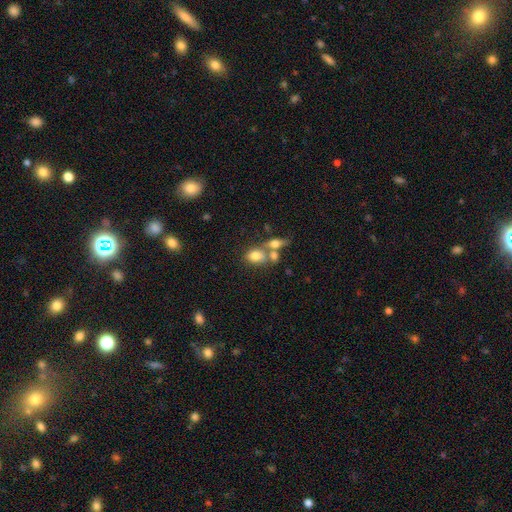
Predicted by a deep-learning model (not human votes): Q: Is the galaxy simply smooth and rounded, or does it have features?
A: smooth — 76%.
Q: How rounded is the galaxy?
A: in between — 70%.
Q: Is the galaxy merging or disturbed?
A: merger — 44%.